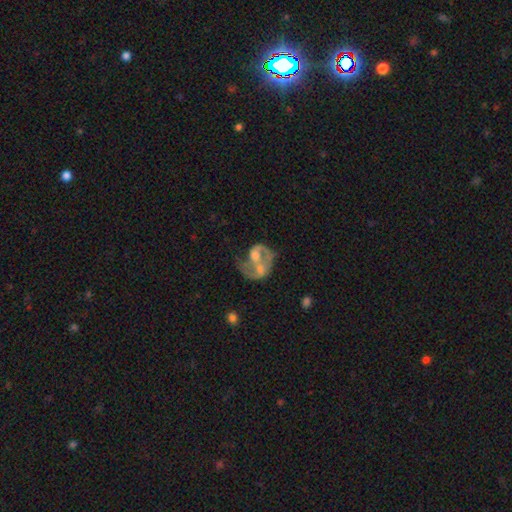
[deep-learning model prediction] Morphology: type=featured or disk (63%); edge-on=no (97%); bar=no (74%); spiral arms=no (55%); bulge=moderate (49%); merging=merger (48%).